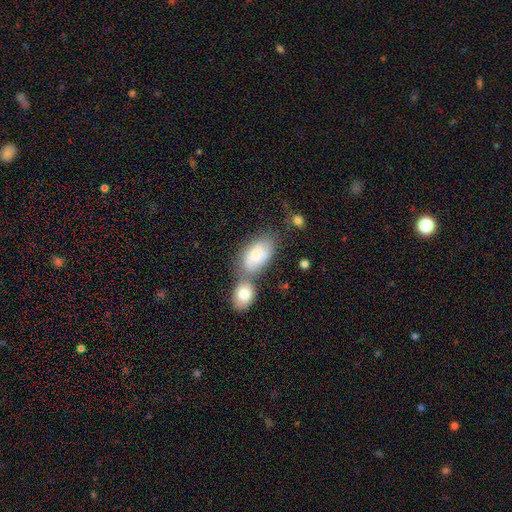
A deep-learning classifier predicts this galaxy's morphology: smooth-or-featured: smooth: 68% | featured or disk: 24% | star or artifact: 8%
  how-rounded: in between: 91% | round: 6% | cigar-shaped: 2%
  merging: merger: 44% | none: 33% | minor disturbance: 16% | major disturbance: 7%